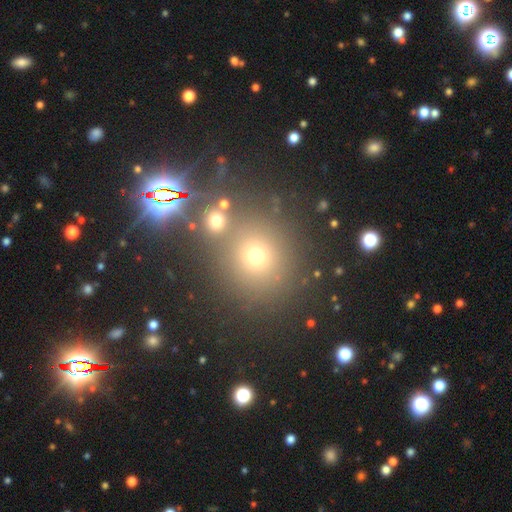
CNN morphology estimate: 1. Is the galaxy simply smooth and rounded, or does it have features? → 52% smooth, 38% star or artifact, 9% featured or disk.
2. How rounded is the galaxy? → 89% round, 10% in between, 1% cigar-shaped.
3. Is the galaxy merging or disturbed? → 79% none, 8% minor disturbance, 8% merger, 4% major disturbance.